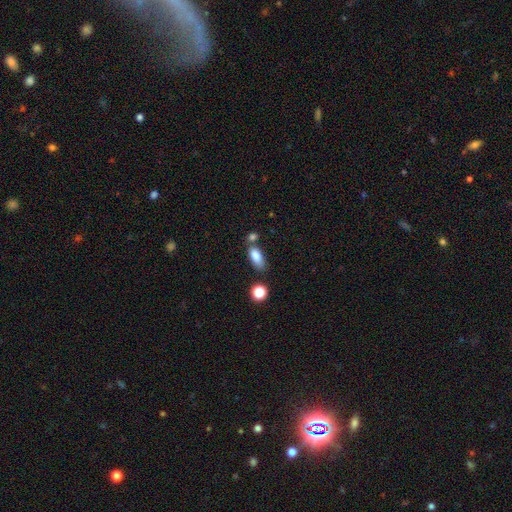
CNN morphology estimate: Smooth or featured: smooth — 83% (star or artifact — 9%)
How rounded: in between — 85% (cigar-shaped — 11%)
Merging: none — 58% (minor disturbance — 19%)